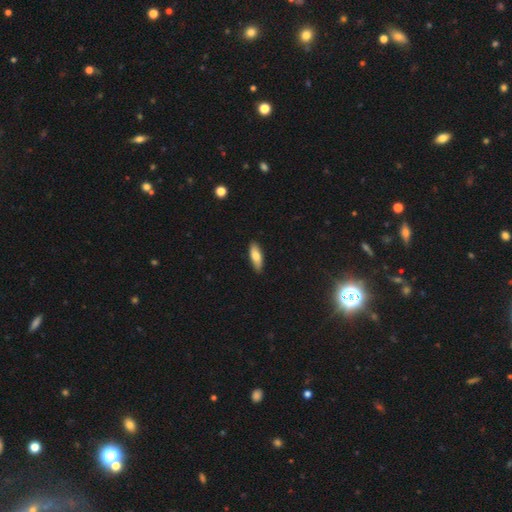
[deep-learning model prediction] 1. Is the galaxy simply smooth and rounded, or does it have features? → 78% smooth, 16% featured or disk, 6% star or artifact.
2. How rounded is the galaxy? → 64% in between, 34% cigar-shaped, 2% round.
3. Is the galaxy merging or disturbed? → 86% none, 12% minor disturbance, 2% major disturbance, 1% merger.